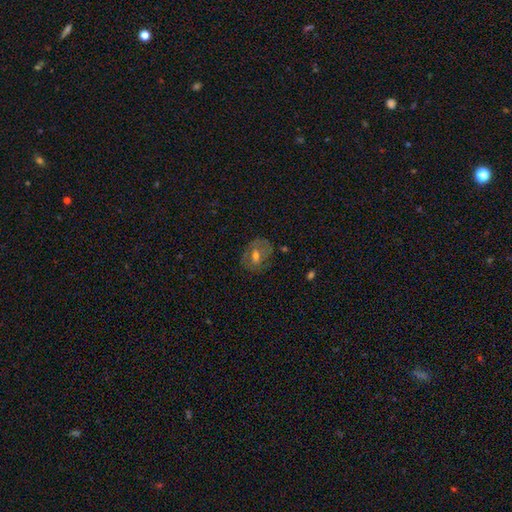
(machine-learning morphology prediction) The model was most divided on "smooth or featured": featured or disk: 53%, smooth: 36%, star or artifact: 12%. More confident: edge-on disk — no (94%); merging — none (70%).